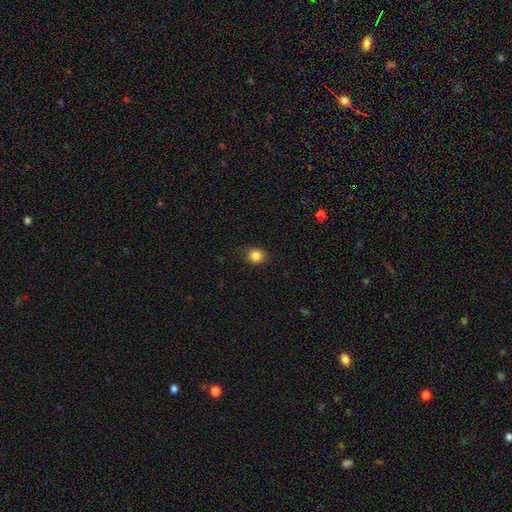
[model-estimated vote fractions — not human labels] Smooth or featured?
  - smooth: 85% *
  - star or artifact: 11%
  - featured or disk: 4%
How rounded?
  - round: 77% *
  - in between: 22%
  - cigar-shaped: 1%
Merging?
  - none: 87% *
  - minor disturbance: 10%
  - major disturbance: 2%
  - merger: 1%